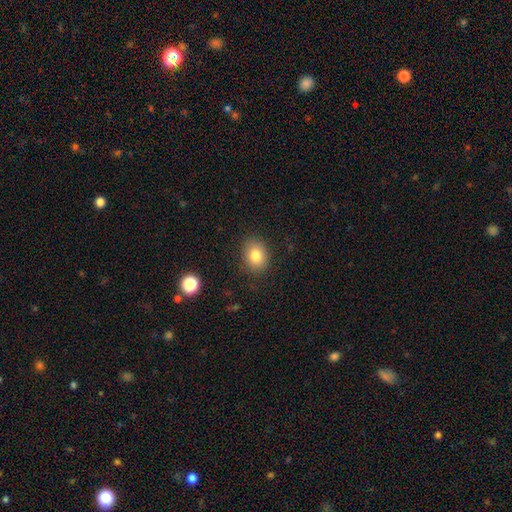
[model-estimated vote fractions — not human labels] Smooth or featured? Predicted: smooth (p=0.82). How rounded? Predicted: round (p=0.50). Merging? Predicted: none (p=0.85).